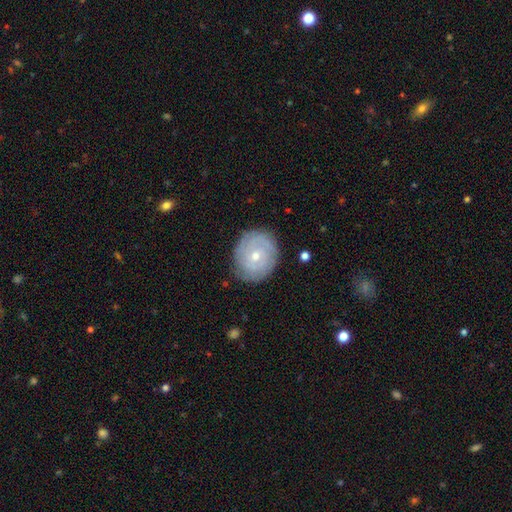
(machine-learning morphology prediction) The model was most divided on "spiral arm count": can't tell: 41%, 2: 25%, 3: 17%, 4: 8%, 1: 5%, more than 4: 5%. More confident: edge-on disk — no (97%); spiral arms — yes (89%); merging — none (83%); spiral winding — tight (79%); smooth or featured — featured or disk (72%); bar — no (71%); bulge size — small (58%).